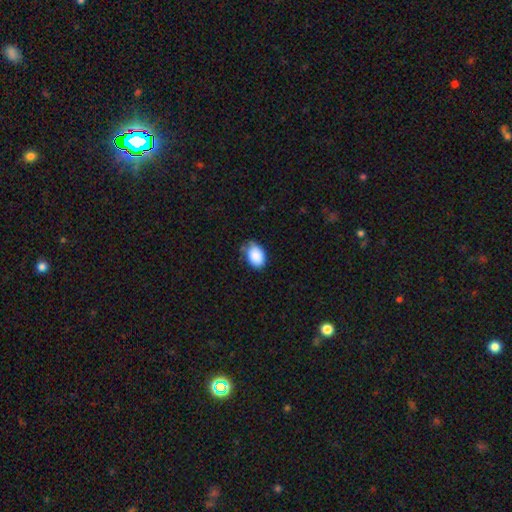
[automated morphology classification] smooth 88%, star or artifact 7%, featured or disk 5%. Down the decision tree: how rounded — in between (84%); merging — none (66%).